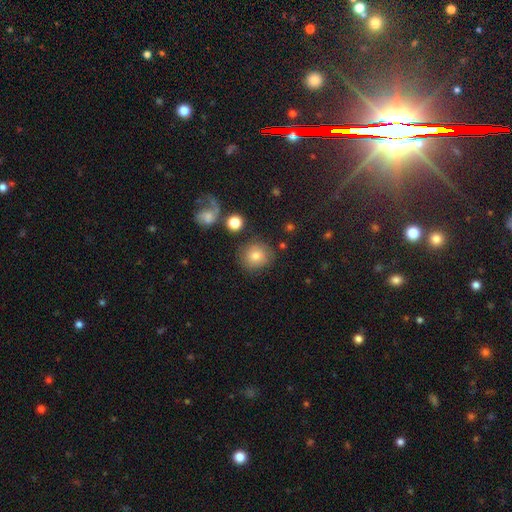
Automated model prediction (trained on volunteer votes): smooth 76%, featured or disk 13%, star or artifact 11%. Down the decision tree: how rounded — round (84%); merging — none (77%).